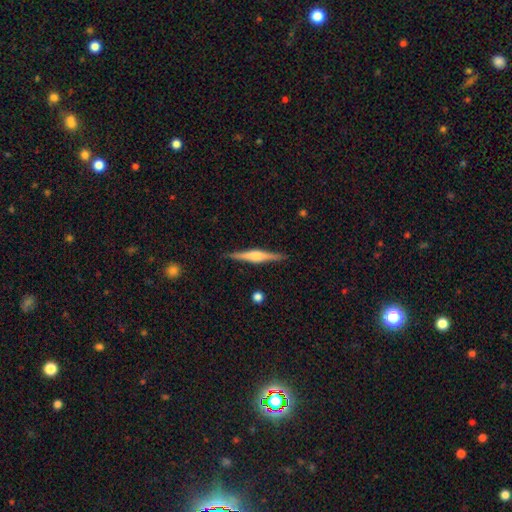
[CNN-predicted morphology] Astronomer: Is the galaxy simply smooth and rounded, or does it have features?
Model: featured or disk — 76%.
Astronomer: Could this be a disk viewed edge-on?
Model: yes — 98%.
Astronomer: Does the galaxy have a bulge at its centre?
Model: rounded — 84%.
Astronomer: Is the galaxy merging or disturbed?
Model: none — 90%.